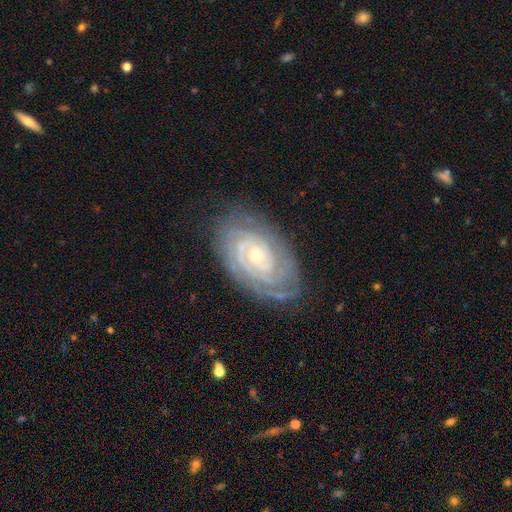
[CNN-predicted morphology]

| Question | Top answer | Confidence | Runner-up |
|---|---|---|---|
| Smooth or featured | featured or disk | 87% | smooth (7%) |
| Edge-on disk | no | 96% | yes (4%) |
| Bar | no | 71% | weak (21%) |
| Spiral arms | yes | 97% | no (3%) |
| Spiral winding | tight | 82% | medium (15%) |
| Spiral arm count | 2 | 29% | can't tell (28%) |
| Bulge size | small | 71% | moderate (25%) |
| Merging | none | 77% | minor disturbance (16%) |